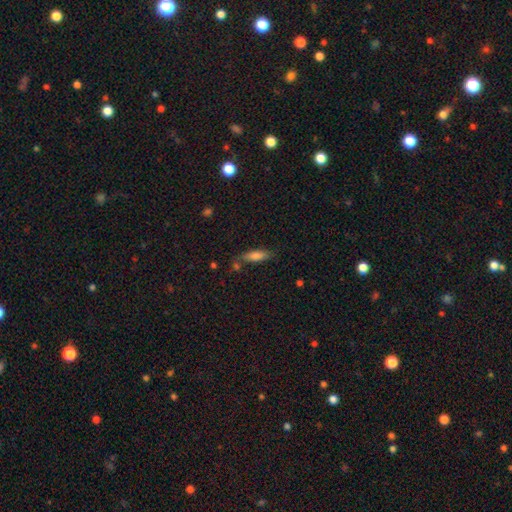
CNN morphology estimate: type=smooth (79%); roundness=in between (50%); merging=none (68%).